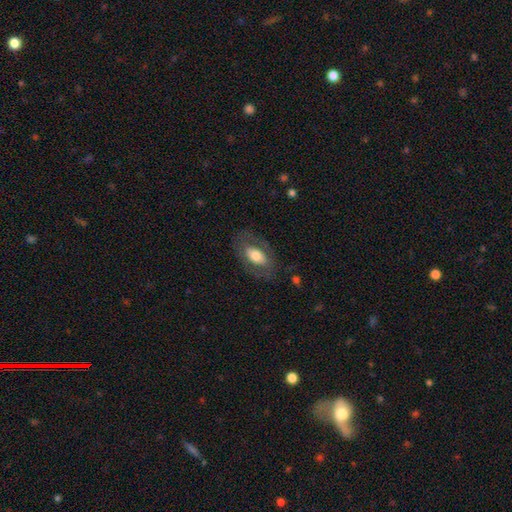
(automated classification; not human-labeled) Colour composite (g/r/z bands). It shows a smooth galaxy with no disk features (60%) that is in between round and cigar-shaped (91%). Merging: none (76%).